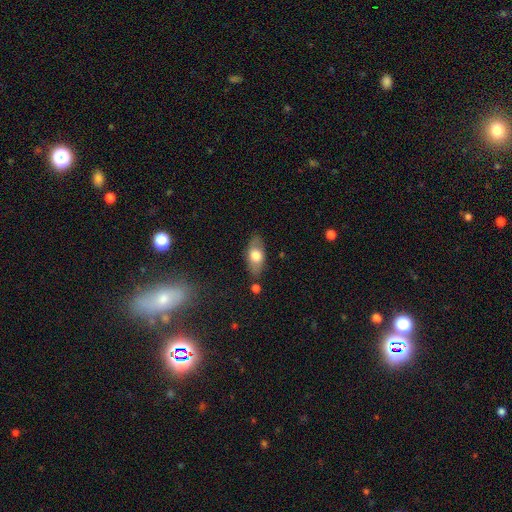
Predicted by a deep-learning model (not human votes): Morphology: type=smooth (65%); roundness=in between (85%); merging=none (79%).